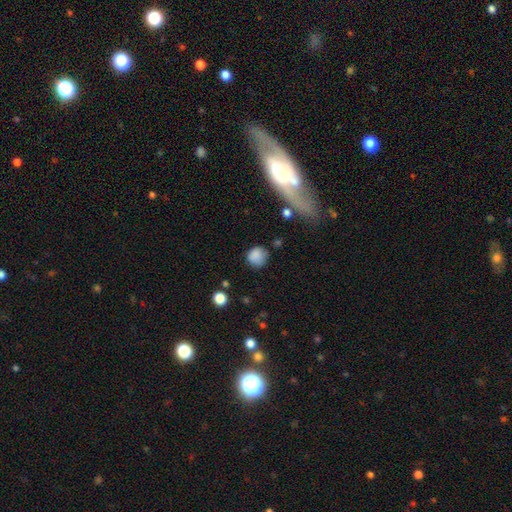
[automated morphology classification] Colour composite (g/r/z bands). It shows a smooth galaxy with no disk features (82%) that is round (83%). Merging: none (67%).